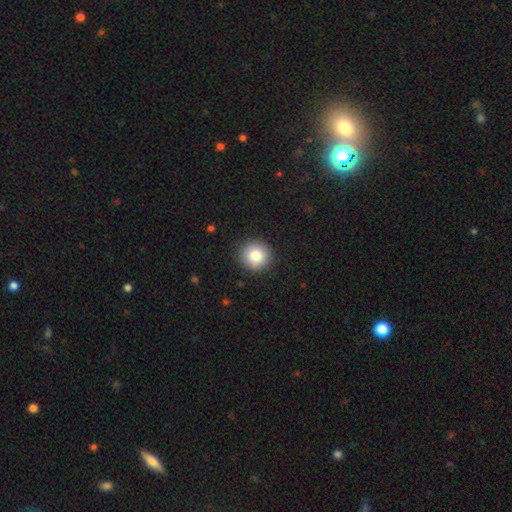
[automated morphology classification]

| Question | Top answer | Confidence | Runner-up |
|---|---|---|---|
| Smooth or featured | smooth | 83% | star or artifact (9%) |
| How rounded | round | 92% | in between (7%) |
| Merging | none | 91% | minor disturbance (6%) |